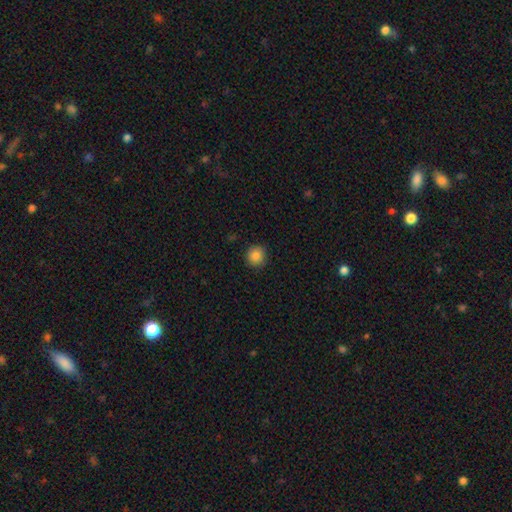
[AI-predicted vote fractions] smooth 85%, star or artifact 10%, featured or disk 5%. Down the decision tree: how rounded — round (90%); merging — none (88%).